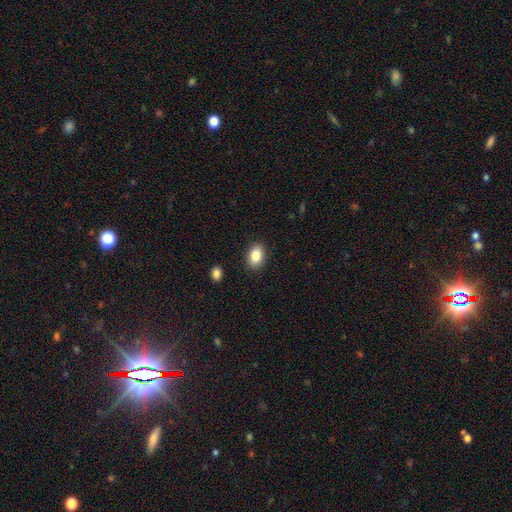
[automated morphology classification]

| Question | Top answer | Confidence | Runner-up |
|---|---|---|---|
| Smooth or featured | smooth | 85% | star or artifact (8%) |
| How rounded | in between | 87% | round (12%) |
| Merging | none | 88% | minor disturbance (8%) |